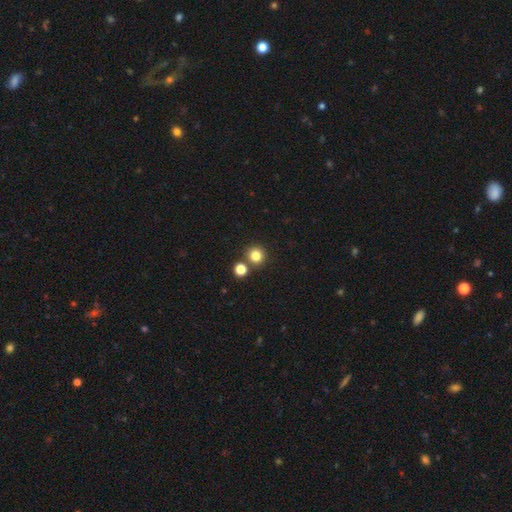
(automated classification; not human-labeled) smooth-or-featured: smooth: 82% | star or artifact: 13% | featured or disk: 5%
  how-rounded: round: 92% | in between: 7% | cigar-shaped: 1%
  merging: none: 77% | merger: 14% | minor disturbance: 6% | major disturbance: 2%